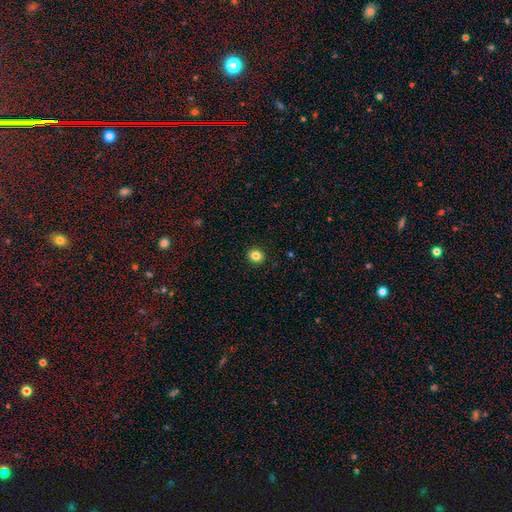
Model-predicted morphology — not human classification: type=smooth (84%); roundness=round (81%); merging=none (92%).